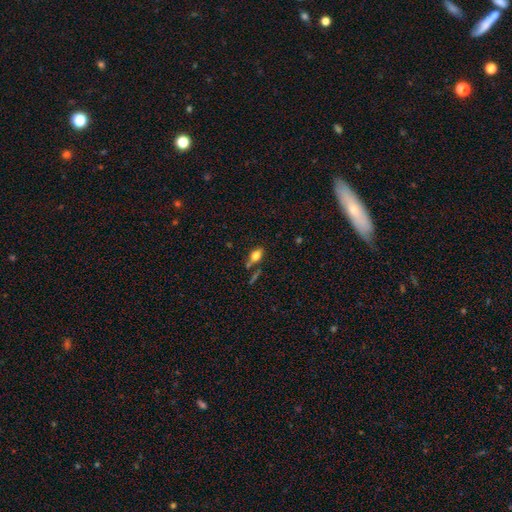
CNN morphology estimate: Smooth or featured?
  - smooth: 72% *
  - featured or disk: 18%
  - star or artifact: 10%
How rounded?
  - in between: 82% *
  - round: 10%
  - cigar-shaped: 8%
Merging?
  - none: 60% *
  - minor disturbance: 17%
  - merger: 16%
  - major disturbance: 7%